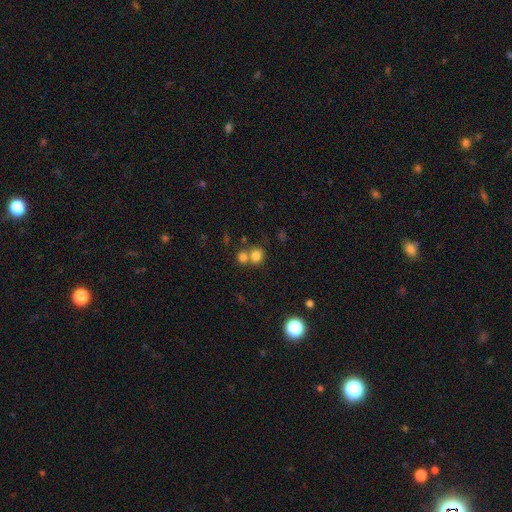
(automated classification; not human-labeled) This appears to be a smooth galaxy with no disk features (78%) that is round (79%). Merging: none (48%).